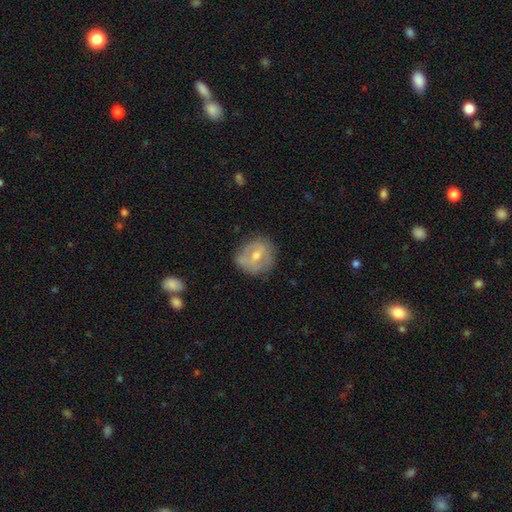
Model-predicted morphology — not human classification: This appears to be a smooth galaxy with no disk features (47%). Merging: none (67%).